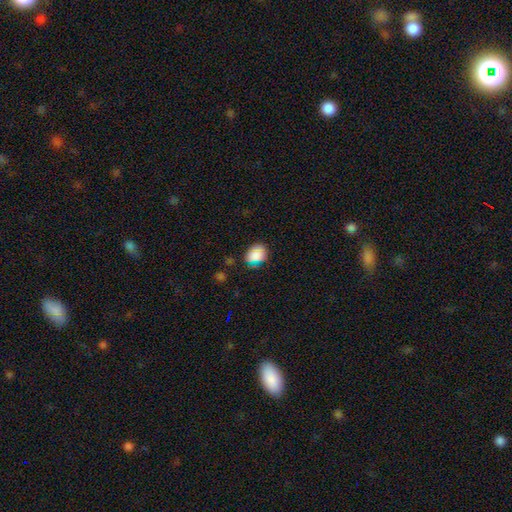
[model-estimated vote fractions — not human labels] smooth 74%, star or artifact 18%, featured or disk 8%. Down the decision tree: how rounded — in between (51%); merging — none (74%).